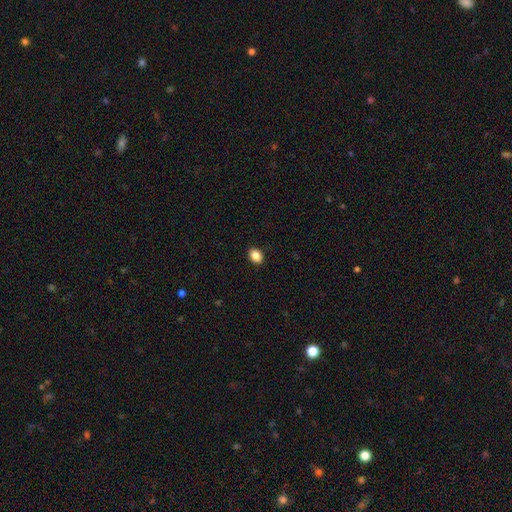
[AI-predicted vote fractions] smooth_or_featured: smooth (p=0.88) [alt: star or artifact p=0.09]
how_rounded: in between (p=0.75) [alt: round p=0.24]
merging: none (p=0.90) [alt: minor disturbance p=0.07]